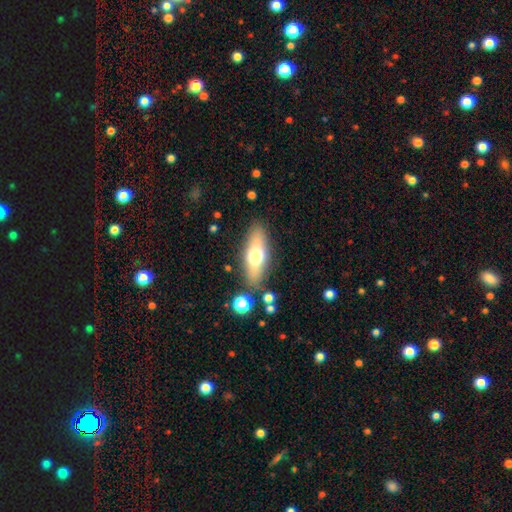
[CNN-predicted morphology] This appears to be a smooth galaxy with no disk features (58%) that is in between round and cigar-shaped (62%). Merging: none (83%).